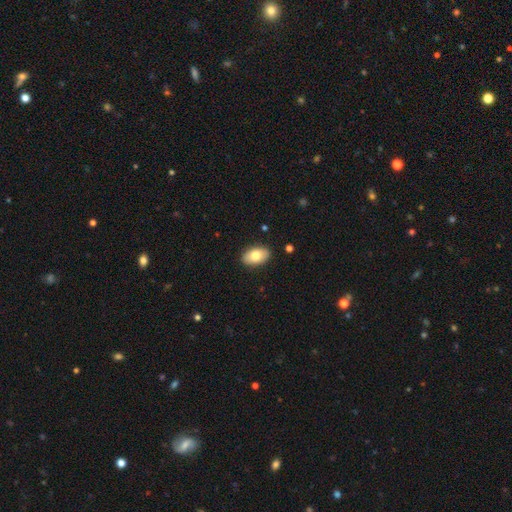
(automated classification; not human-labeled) Smooth or featured?
  - smooth: 76% *
  - featured or disk: 17%
  - star or artifact: 6%
How rounded?
  - in between: 93% *
  - round: 6%
  - cigar-shaped: 2%
Merging?
  - none: 89% *
  - minor disturbance: 8%
  - major disturbance: 2%
  - merger: 1%